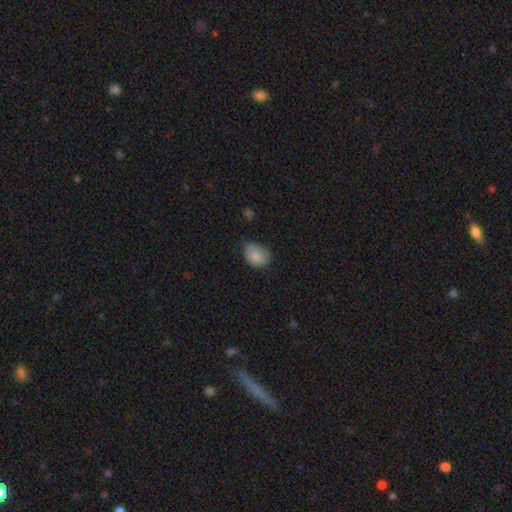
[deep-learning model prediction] Q: Smooth or featured?
A: smooth (79%); runner-up: featured or disk (13%)
Q: How rounded?
A: round (55%); runner-up: in between (44%)
Q: Merging?
A: minor disturbance (44%); runner-up: none (41%)